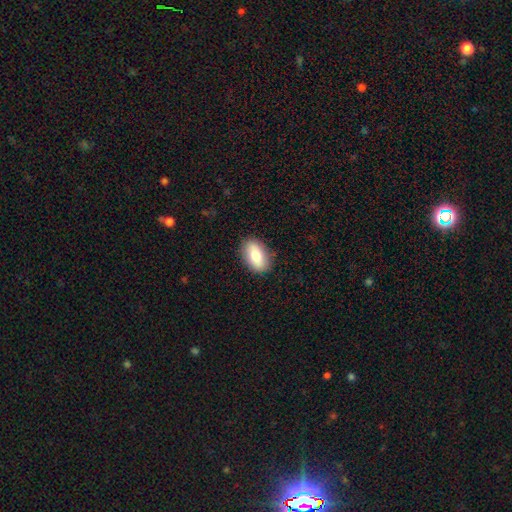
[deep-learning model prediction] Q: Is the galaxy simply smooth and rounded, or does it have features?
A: smooth — 79%.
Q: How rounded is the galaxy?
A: in between — 90%.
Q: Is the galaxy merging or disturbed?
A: none — 86%.